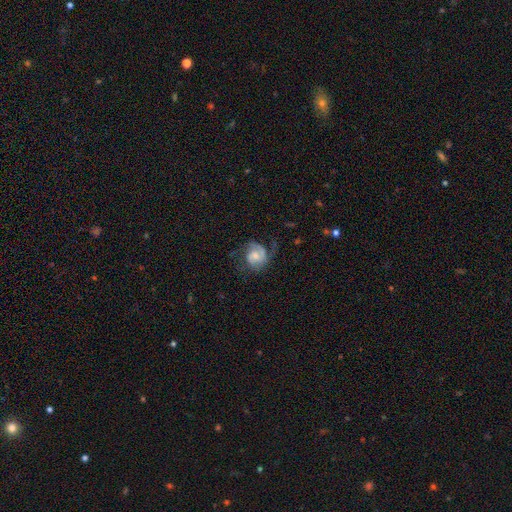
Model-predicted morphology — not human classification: Q: Smooth or featured?
A: featured or disk (68%); runner-up: smooth (25%)
Q: Edge-on disk?
A: no (98%); runner-up: yes (2%)
Q: Bar?
A: no (59%); runner-up: weak (34%)
Q: Spiral arms?
A: yes (90%); runner-up: no (10%)
Q: Spiral winding?
A: medium (43%); runner-up: tight (34%)
Q: Spiral arm count?
A: 2 (54%); runner-up: 1 (22%)
Q: Bulge size?
A: small (43%); runner-up: moderate (42%)
Q: Merging?
A: none (52%); runner-up: major disturbance (23%)